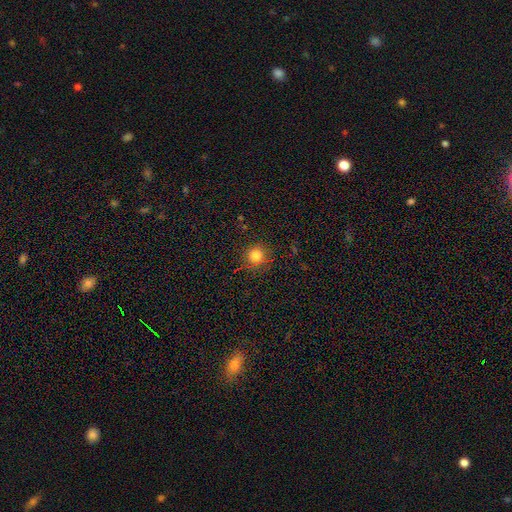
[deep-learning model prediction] A smooth galaxy with no disk features (81%) that is round (94%). Merging: none (88%).